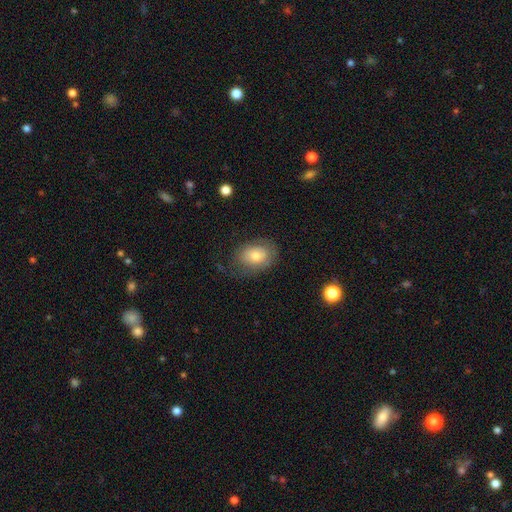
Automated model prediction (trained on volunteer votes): smooth_or_featured: smooth (p=0.65) [alt: featured or disk p=0.26]
how_rounded: in between (p=0.72) [alt: round p=0.27]
merging: none (p=0.63) [alt: minor disturbance p=0.23]